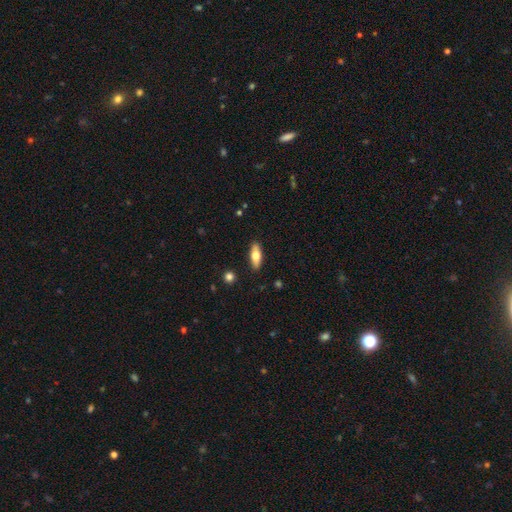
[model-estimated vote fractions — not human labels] Morphology: type=smooth (66%); roundness=in between (67%); merging=none (89%).